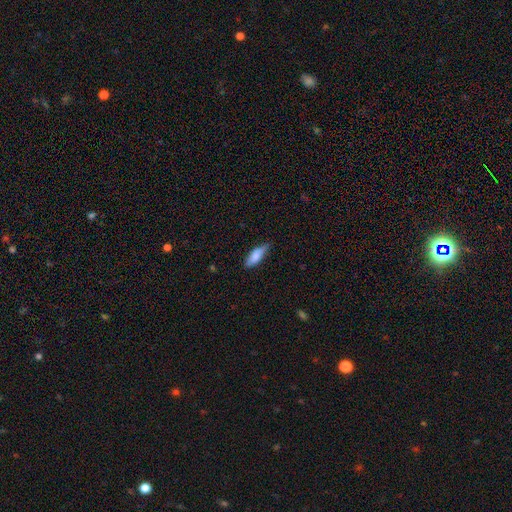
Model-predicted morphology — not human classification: type=smooth (81%); roundness=in between (63%); merging=none (73%).